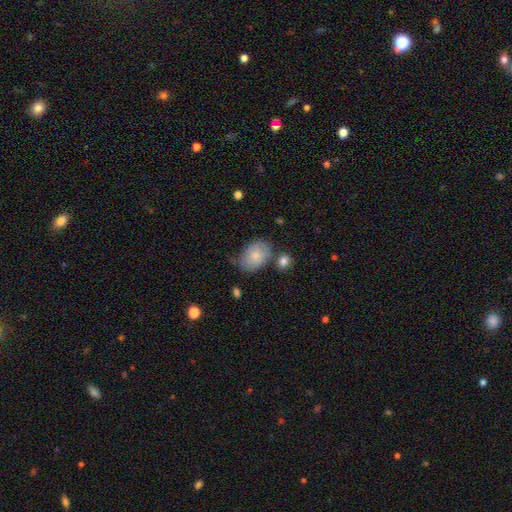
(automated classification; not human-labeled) This is likely a smooth galaxy (75%). How rounded: likely in between (80%). Merging: possibly none (59%).